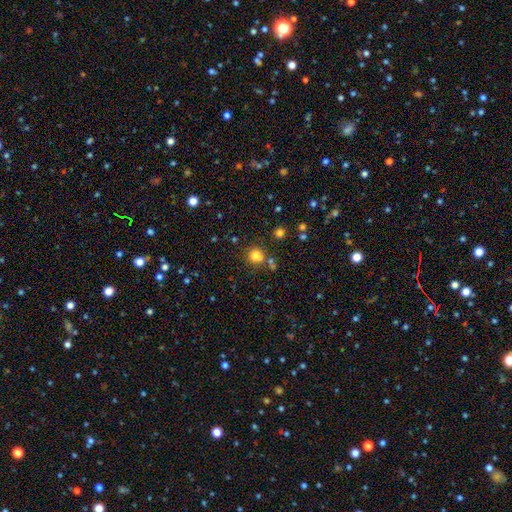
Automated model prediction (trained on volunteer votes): Q: Smooth or featured?
A: smooth (79%); runner-up: star or artifact (15%)
Q: How rounded?
A: round (88%); runner-up: in between (11%)
Q: Merging?
A: none (73%); runner-up: merger (12%)